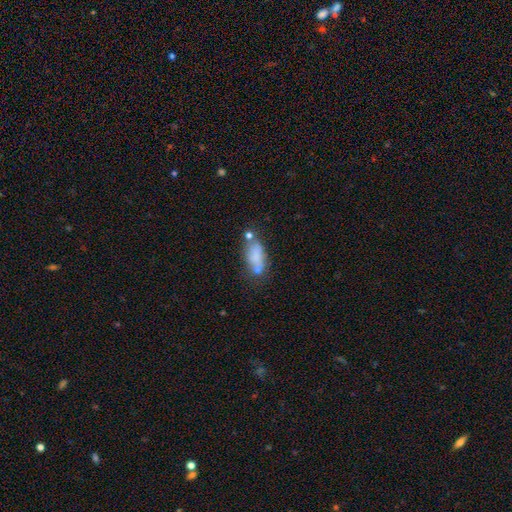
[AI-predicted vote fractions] A smooth galaxy with no disk features (71%) that is in between round and cigar-shaped (82%). Merging: none (45%).